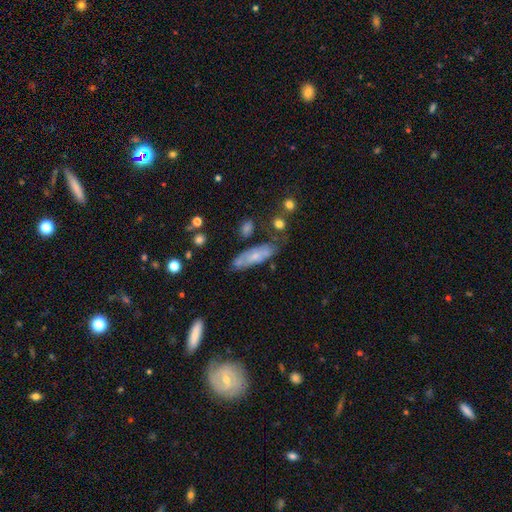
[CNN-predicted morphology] Q: Smooth or featured?
A: smooth (51%); runner-up: featured or disk (42%)
Q: How rounded?
A: in between (53%); runner-up: cigar-shaped (44%)
Q: Merging?
A: none (55%); runner-up: minor disturbance (27%)